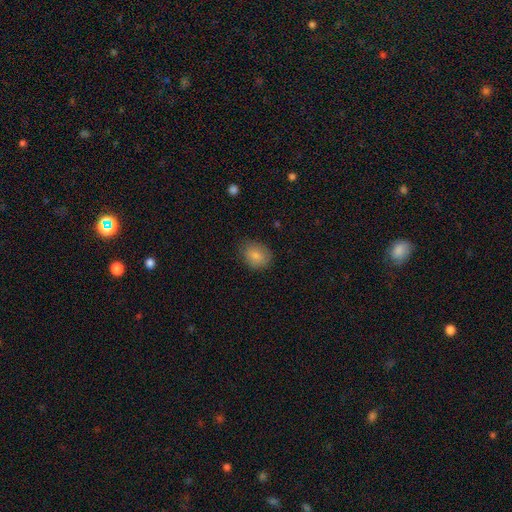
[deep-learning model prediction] Smooth or featured?
  - smooth: 83% *
  - featured or disk: 9%
  - star or artifact: 8%
How rounded?
  - in between: 55% *
  - round: 44%
  - cigar-shaped: 1%
Merging?
  - none: 74% *
  - minor disturbance: 20%
  - major disturbance: 5%
  - merger: 1%